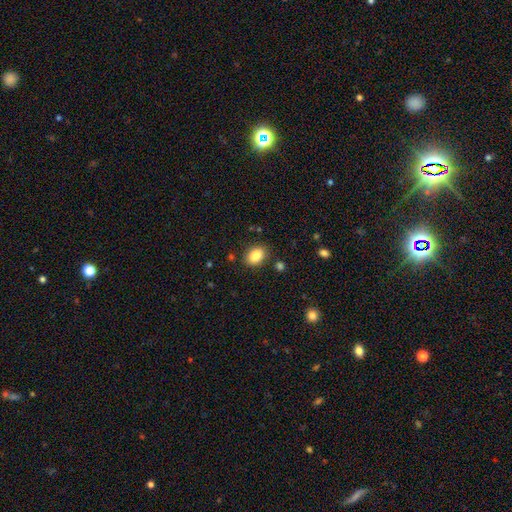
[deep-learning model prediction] smooth_or_featured: smooth (p=0.86) [alt: star or artifact p=0.09]
how_rounded: in between (p=0.79) [alt: round p=0.20]
merging: none (p=0.85) [alt: minor disturbance p=0.10]